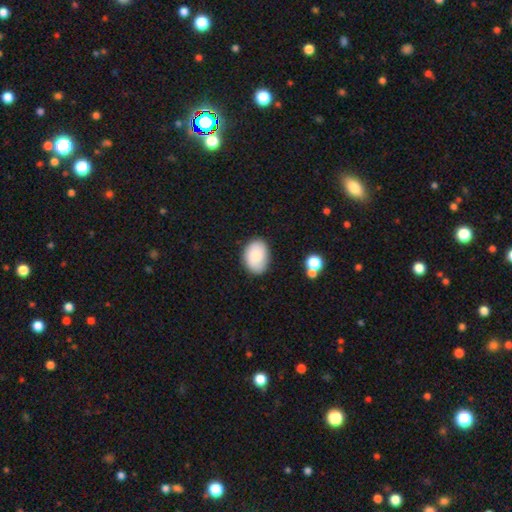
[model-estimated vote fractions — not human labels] A smooth galaxy with no disk features (80%) that is in between round and cigar-shaped (79%).

Vote fractions:
- Smooth or featured? smooth: 80% / featured or disk: 13% / star or artifact: 7%
- How rounded? in between: 79% / round: 20% / cigar-shaped: 1%
- Merging? none: 80% / minor disturbance: 14% / major disturbance: 3% / merger: 2%